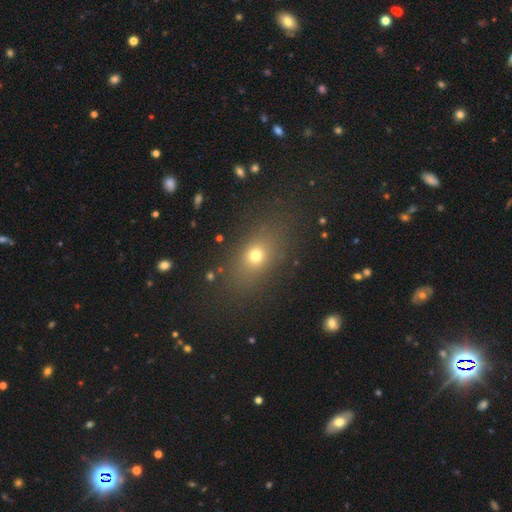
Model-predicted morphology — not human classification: type=smooth (69%); roundness=in between (59%); merging=none (80%).